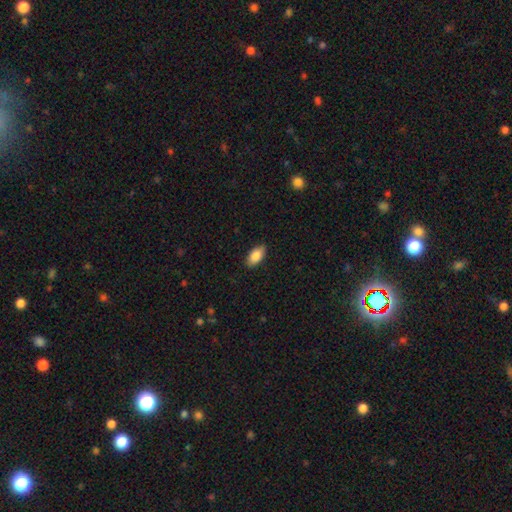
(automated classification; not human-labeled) Q: Smooth or featured?
A: smooth (85%); runner-up: featured or disk (8%)
Q: How rounded?
A: in between (92%); runner-up: cigar-shaped (5%)
Q: Merging?
A: none (88%); runner-up: minor disturbance (9%)